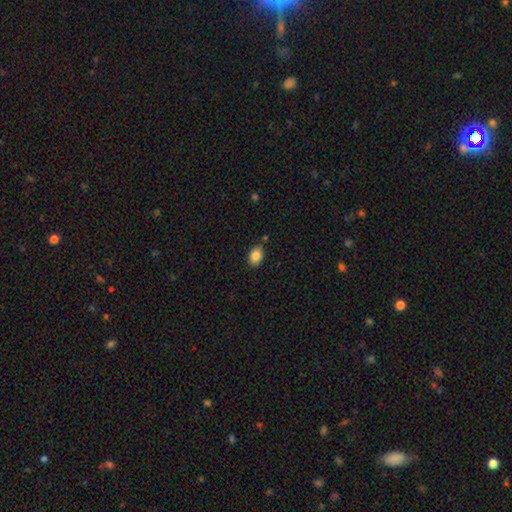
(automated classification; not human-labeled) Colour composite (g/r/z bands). It shows a smooth galaxy with no disk features (86%) that is in between round and cigar-shaped (82%). Merging: none (82%).